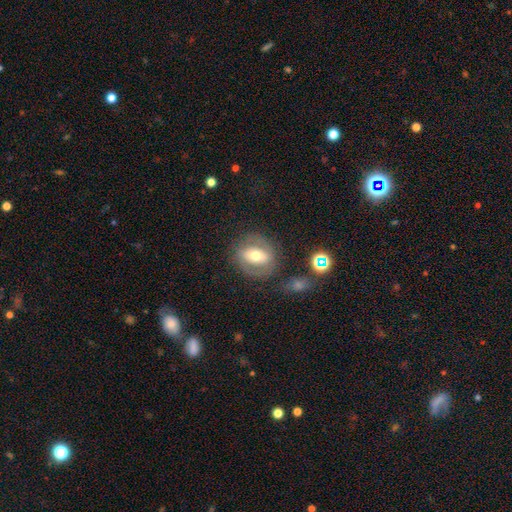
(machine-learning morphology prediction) This appears to be a featured or disk galaxy (51%). Merging: none (71%).